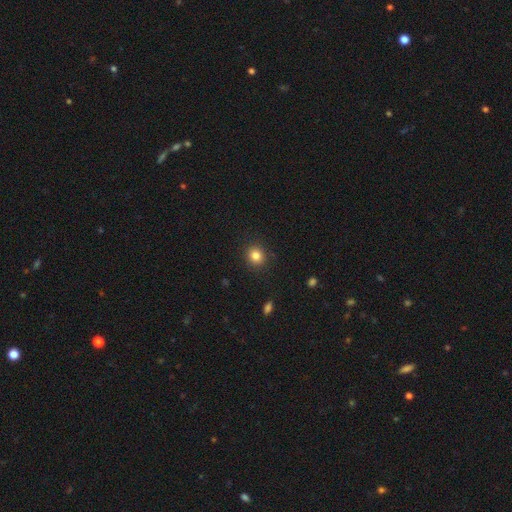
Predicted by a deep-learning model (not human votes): A smooth galaxy with no disk features (84%) that is round (83%). Merging: none (90%).